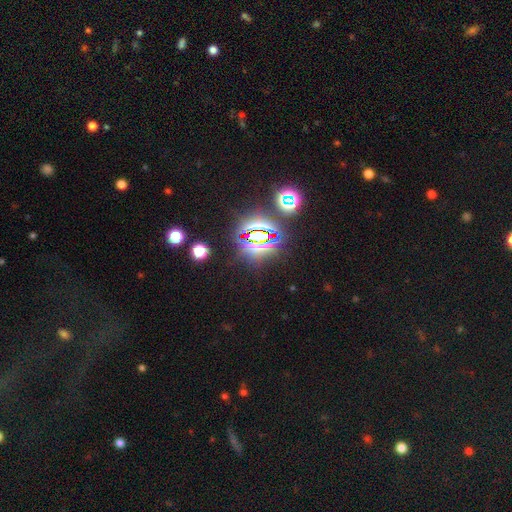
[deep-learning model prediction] Smooth or featured: star or artifact — 76% (smooth — 16%)